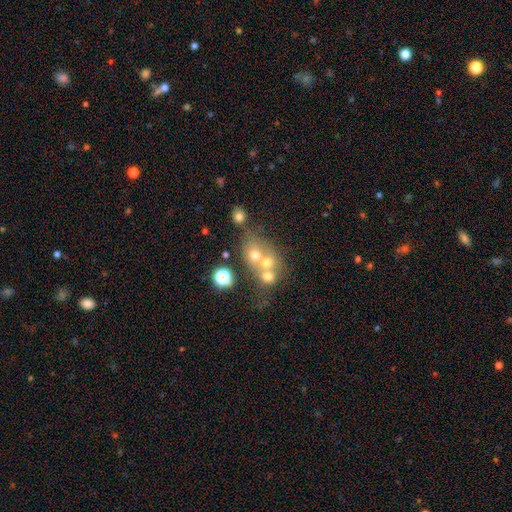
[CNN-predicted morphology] smooth-or-featured: smooth: 50% | featured or disk: 30% | star or artifact: 20%
  how-rounded: round: 63% | in between: 36% | cigar-shaped: 2%
  merging: merger: 56% | none: 30% | minor disturbance: 8% | major disturbance: 6%